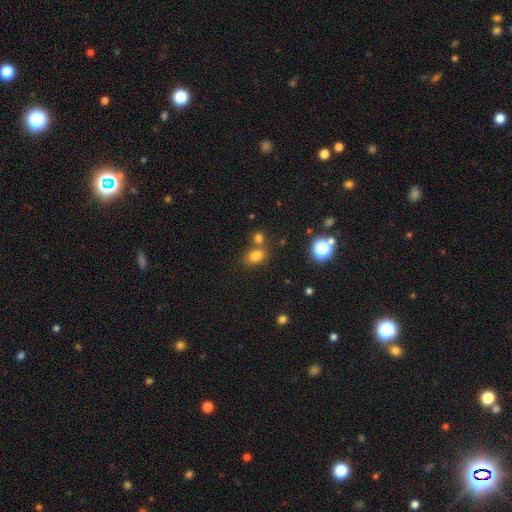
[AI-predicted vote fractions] Smooth or featured? Predicted: smooth (p=0.77). How rounded? Predicted: in between (p=0.64). Merging? Predicted: none (p=0.60).